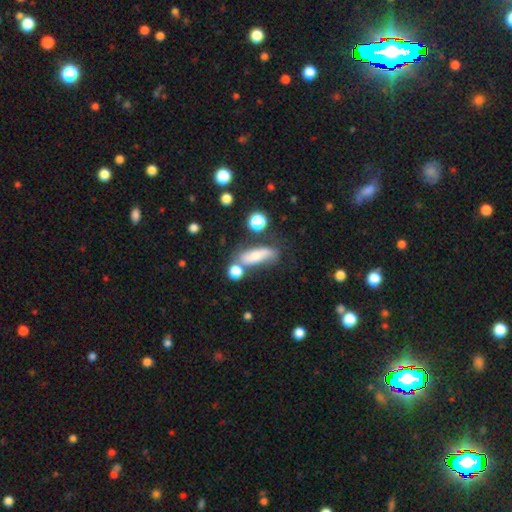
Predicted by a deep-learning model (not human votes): Morphology: type=smooth (56%); roundness=in between (54%); merging=none (53%).